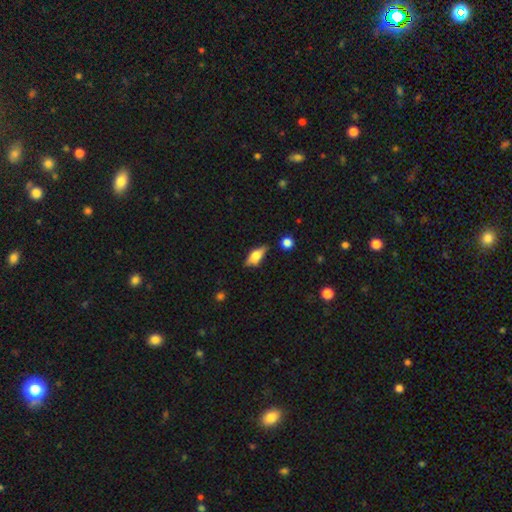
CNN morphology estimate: Smooth or featured?
  - smooth: 58% *
  - featured or disk: 34%
  - star or artifact: 8%
How rounded?
  - in between: 75% *
  - cigar-shaped: 20%
  - round: 5%
Merging?
  - none: 67% *
  - minor disturbance: 23%
  - major disturbance: 6%
  - merger: 4%